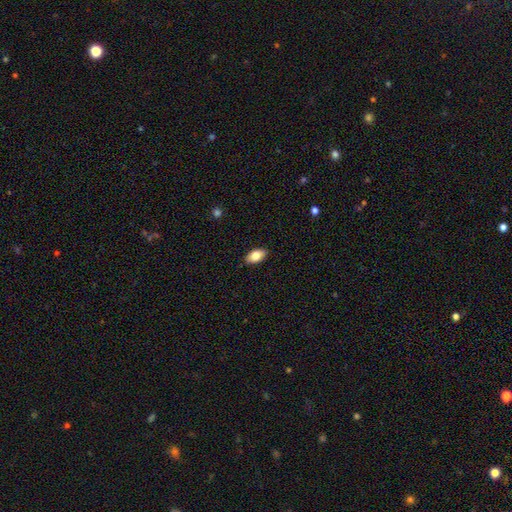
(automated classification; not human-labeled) This is clearly a smooth galaxy (82%). How rounded: clearly in between (92%). Merging: clearly none (88%).